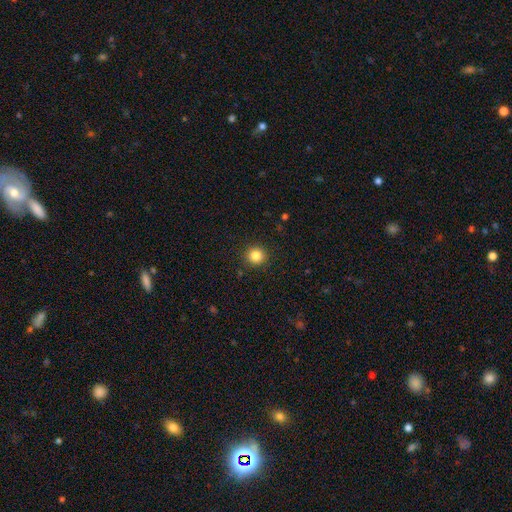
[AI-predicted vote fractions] Smooth or featured? Predicted: smooth (p=0.84). How rounded? Predicted: round (p=0.94). Merging? Predicted: none (p=0.92).